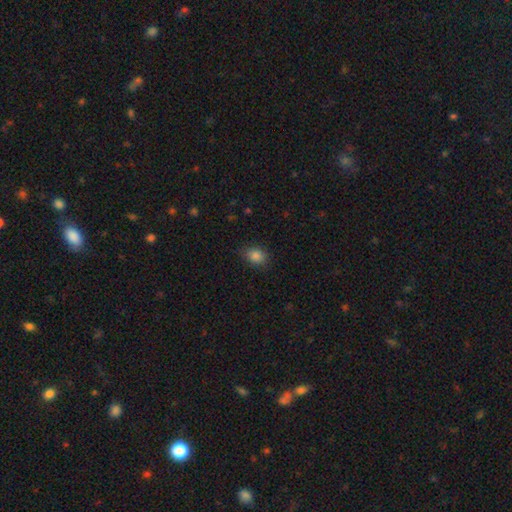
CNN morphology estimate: smooth 85%, star or artifact 10%, featured or disk 5%. Down the decision tree: how rounded — in between (56%); merging — none (80%).